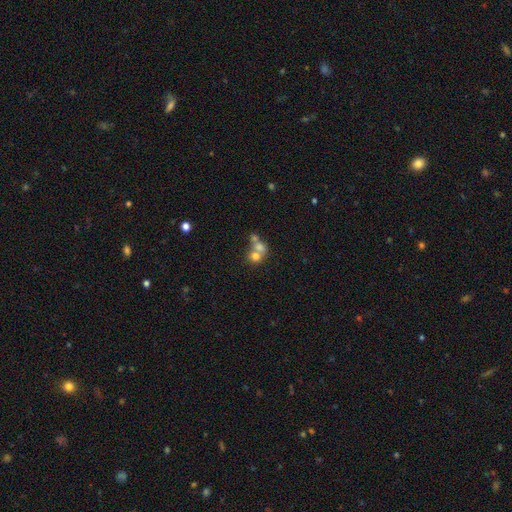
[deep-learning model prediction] smooth_or_featured: smooth (p=0.66) [alt: featured or disk p=0.21]
how_rounded: round (p=0.68) [alt: in between p=0.31]
merging: merger (p=0.65) [alt: none p=0.25]